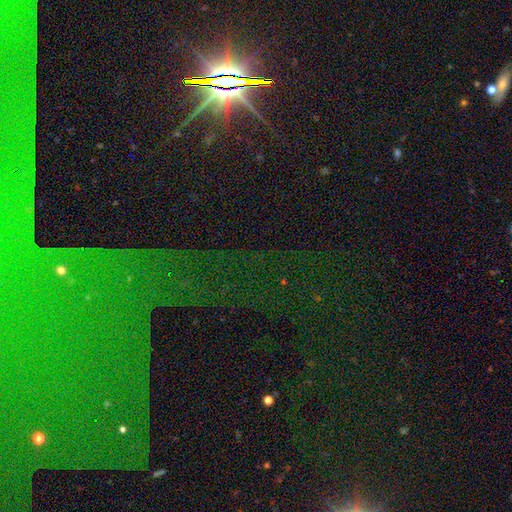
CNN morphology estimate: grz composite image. It shows a star or artifact, not a galaxy (82%).